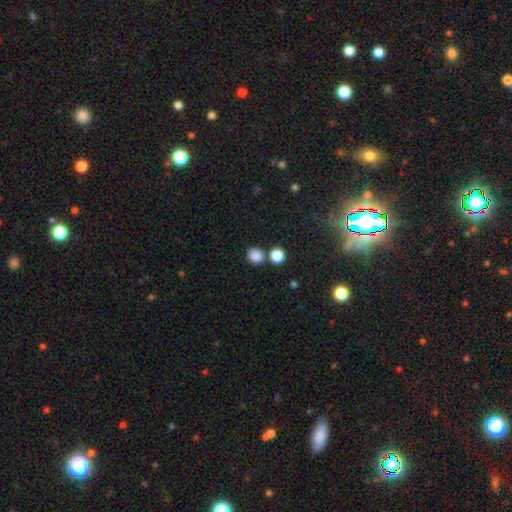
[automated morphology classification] This is clearly a smooth galaxy (85%). How rounded: clearly round (86%). Merging: likely none (74%).